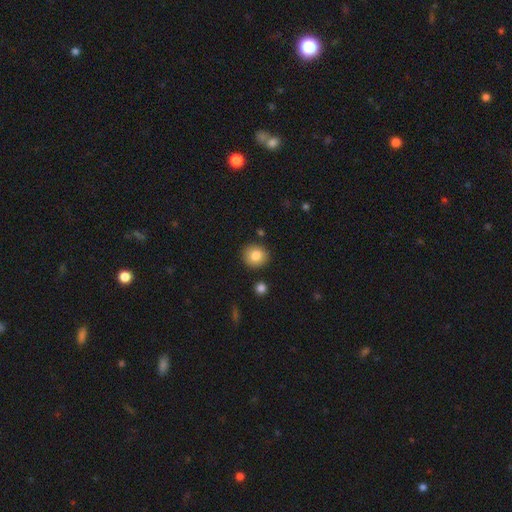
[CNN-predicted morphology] A smooth galaxy with no disk features (83%) that is round (86%). Merging: none (88%).